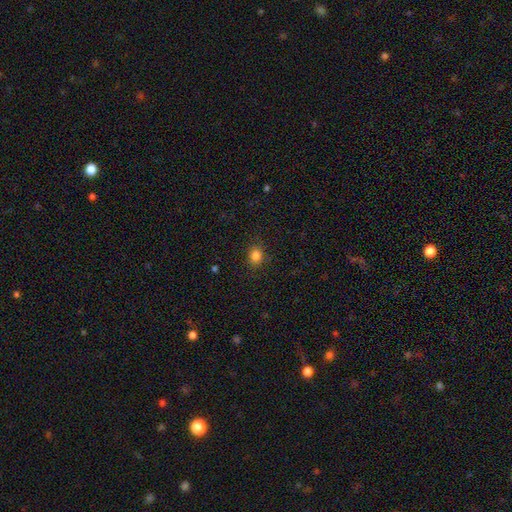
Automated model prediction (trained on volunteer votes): Smooth or featured? smooth (83%)
How rounded? round (65%)
Merging? none (86%)